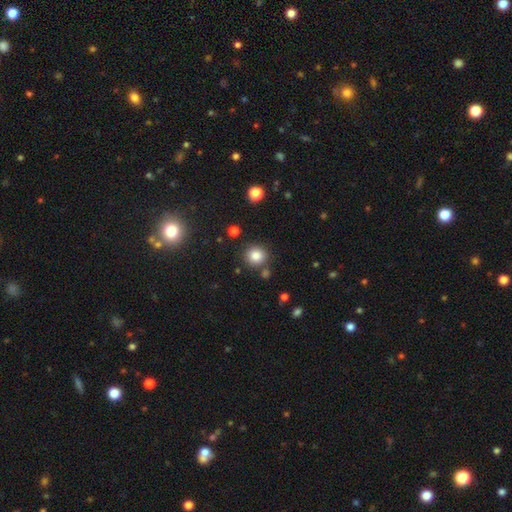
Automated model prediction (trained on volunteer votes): Overall: smooth (84%). How rounded: round (90%). Merging: none (82%).